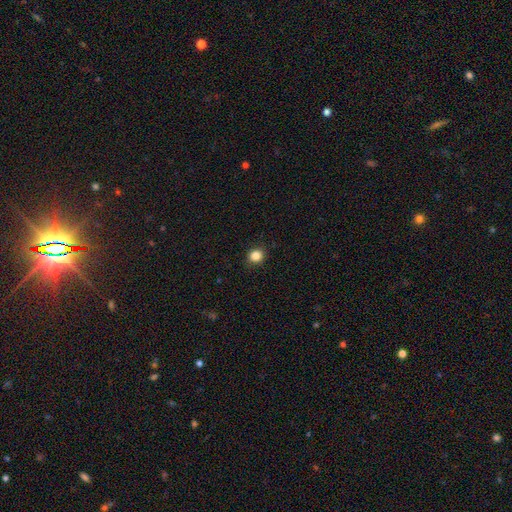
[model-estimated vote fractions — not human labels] Morphology: type=smooth (85%); roundness=round (82%); merging=none (89%).